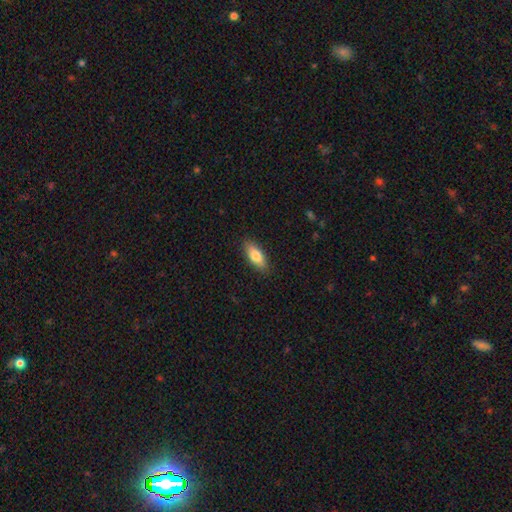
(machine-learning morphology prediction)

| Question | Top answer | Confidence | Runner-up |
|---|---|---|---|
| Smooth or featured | smooth | 80% | featured or disk (14%) |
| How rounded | in between | 75% | cigar-shaped (23%) |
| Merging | none | 88% | minor disturbance (9%) |